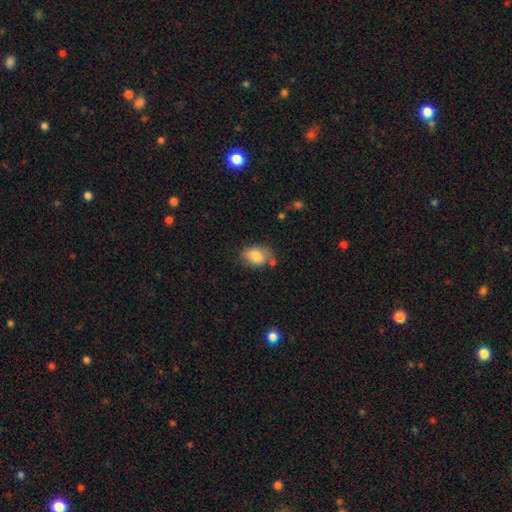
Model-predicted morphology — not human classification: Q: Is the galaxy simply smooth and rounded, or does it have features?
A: smooth — 79%.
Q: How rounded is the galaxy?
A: in between — 81%.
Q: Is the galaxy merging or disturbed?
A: none — 59%.